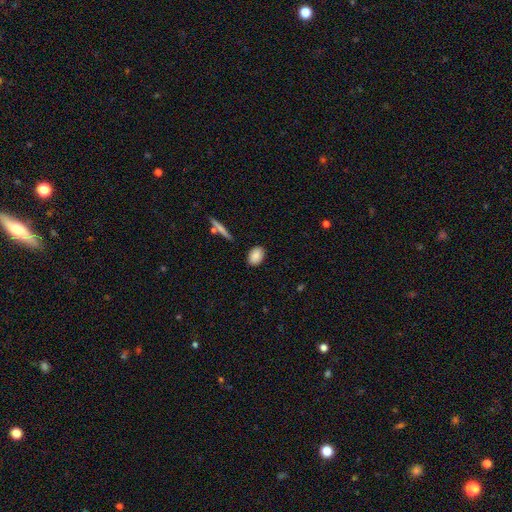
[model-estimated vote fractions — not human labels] A smooth galaxy with no disk features (87%) that is in between round and cigar-shaped (82%).

Vote fractions:
- Smooth or featured? smooth: 87% / star or artifact: 7% / featured or disk: 6%
- How rounded? in between: 82% / round: 15% / cigar-shaped: 2%
- Merging? none: 87% / minor disturbance: 9% / major disturbance: 2% / merger: 2%